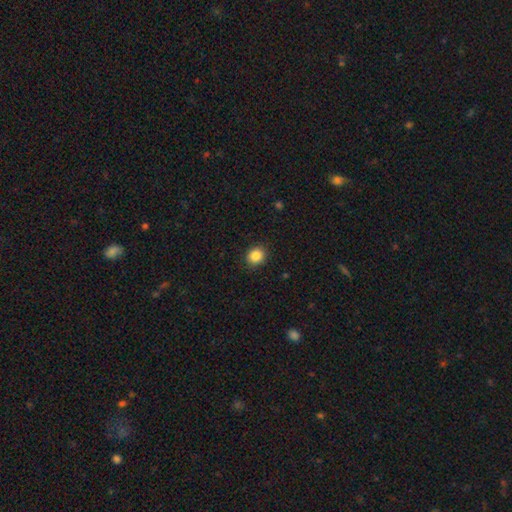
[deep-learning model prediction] The model was most divided on "how rounded": round: 78%, in between: 21%, cigar-shaped: 1%. More confident: merging — none (91%); smooth or featured — smooth (86%).